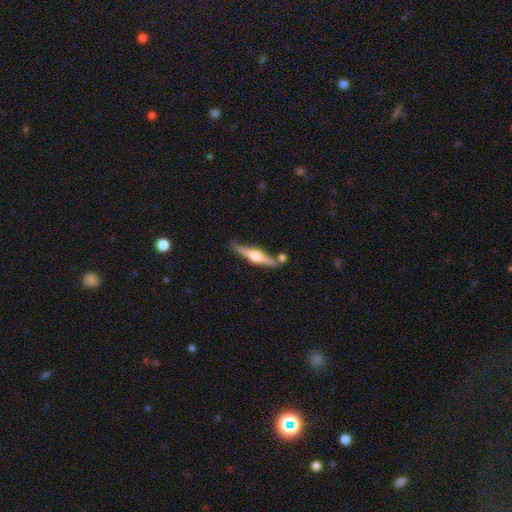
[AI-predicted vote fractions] Smooth or featured: featured or disk — 70% (smooth — 25%)
Edge-on disk: yes — 97% (no — 3%)
Edge-on bulge: rounded — 94% (boxy — 4%)
Merging: none — 75% (minor disturbance — 12%)